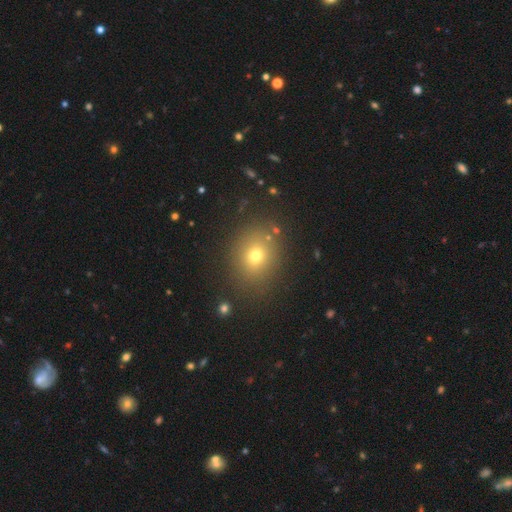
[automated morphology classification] Overall: smooth (68%). How rounded: round (64%; in between 35%). Merging: none (83%).